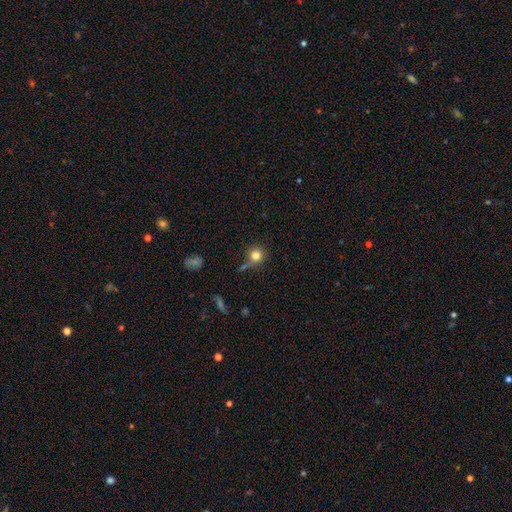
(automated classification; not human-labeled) This appears to be a smooth galaxy with no disk features (80%) that is round (91%). Merging: none (64%).